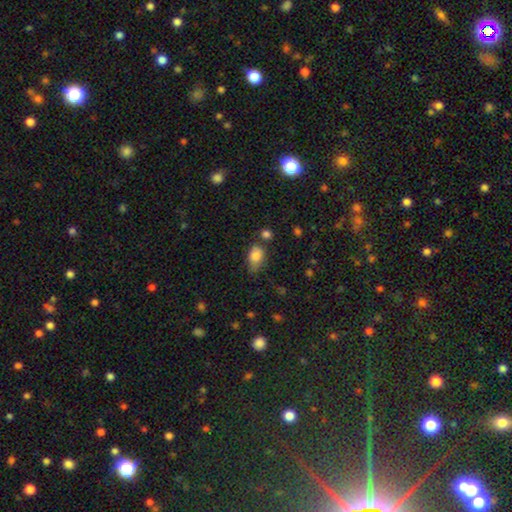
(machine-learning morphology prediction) This appears to be a smooth galaxy with no disk features (83%) that is in between round and cigar-shaped (85%). Merging: none (48%).